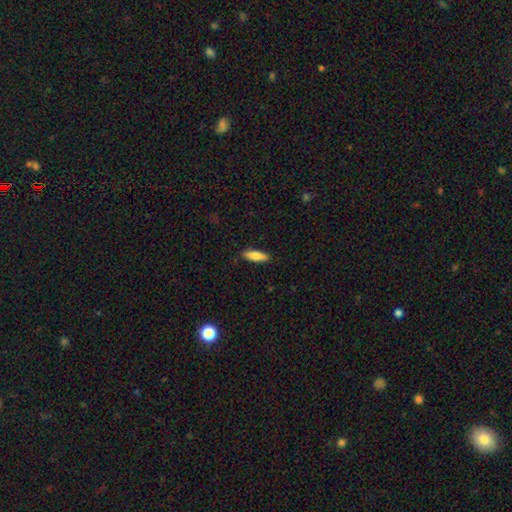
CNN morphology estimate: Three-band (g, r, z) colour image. It shows a smooth galaxy with no disk features (82%) that is cigar-shaped (51%). Merging: none (88%).